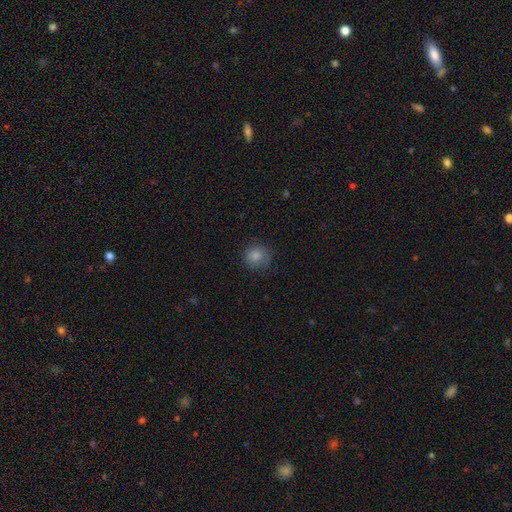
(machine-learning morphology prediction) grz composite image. It shows a smooth galaxy with no disk features (84%) that is round (87%). Merging: none (78%).